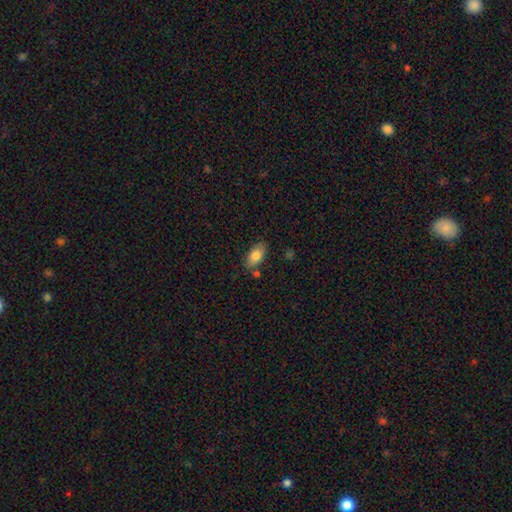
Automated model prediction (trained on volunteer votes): Morphology: type=smooth (79%); roundness=in between (91%); merging=none (77%).